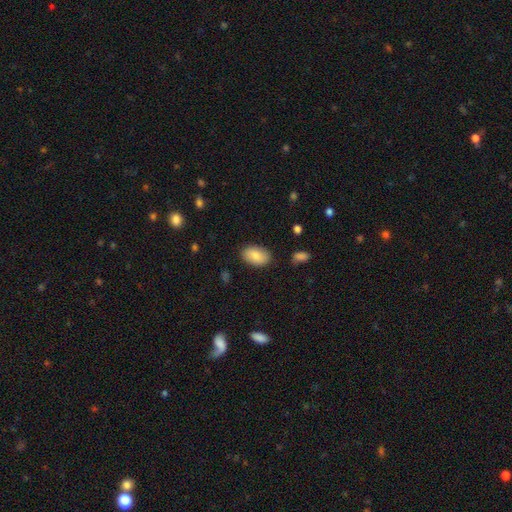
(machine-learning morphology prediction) smooth_or_featured: smooth (p=0.82) [alt: featured or disk p=0.12]
how_rounded: in between (p=0.92) [alt: round p=0.07]
merging: none (p=0.84) [alt: minor disturbance p=0.12]